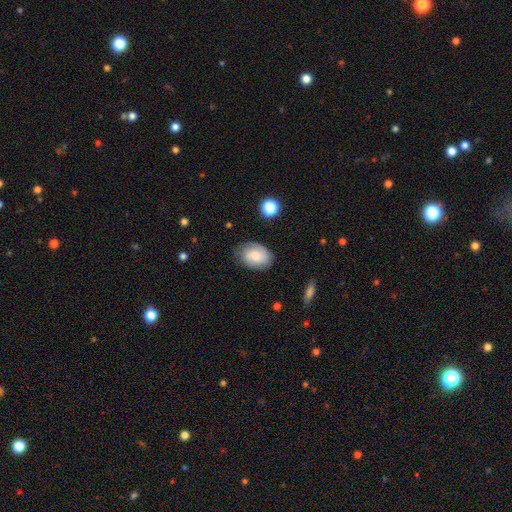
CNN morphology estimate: Smooth or featured: smooth — 54% (featured or disk — 38%)
How rounded: in between — 78% (round — 20%)
Merging: none — 75% (minor disturbance — 18%)